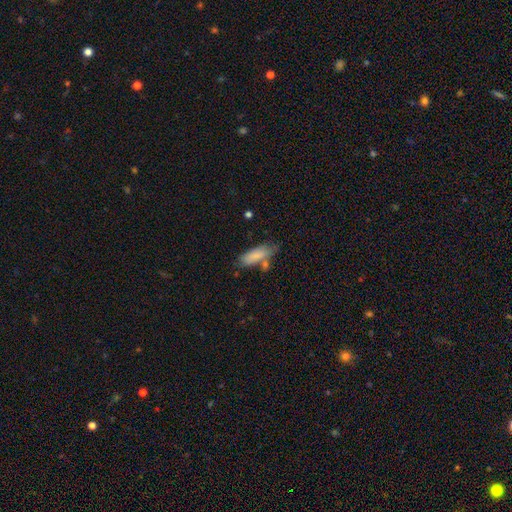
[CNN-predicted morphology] Smooth or featured?
  - smooth: 84% *
  - featured or disk: 10%
  - star or artifact: 7%
How rounded?
  - in between: 57% *
  - cigar-shaped: 41%
  - round: 2%
Merging?
  - none: 61% *
  - minor disturbance: 21%
  - merger: 12%
  - major disturbance: 6%